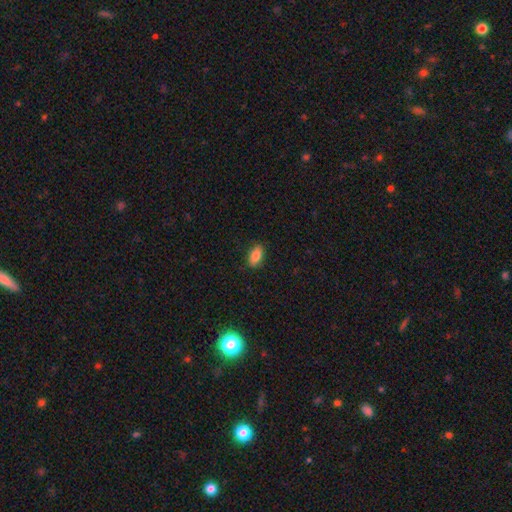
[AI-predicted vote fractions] Overall: smooth (85%). How rounded: in between (90%). Merging: none (88%).